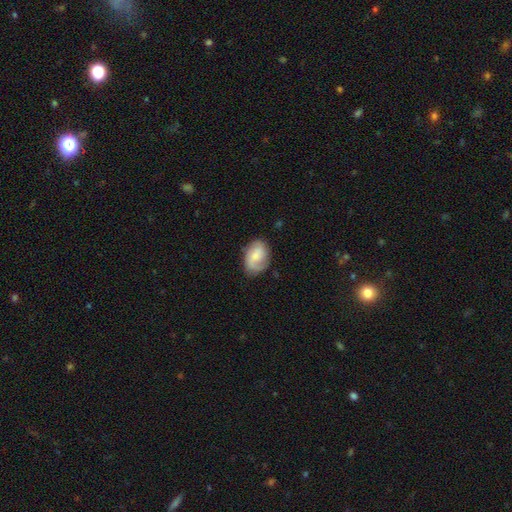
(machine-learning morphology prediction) Smooth or featured?
  - featured or disk: 55% *
  - smooth: 38%
  - star or artifact: 7%
Edge-on disk?
  - no: 97% *
  - yes: 3%
Bar?
  - no: 57% *
  - weak: 37%
  - strong: 6%
Spiral arms?
  - yes: 89% *
  - no: 11%
Bulge size?
  - small: 47% *
  - moderate: 36%
  - none: 10%
  - large: 5%
  - dominant: 1%
Merging?
  - none: 70% *
  - minor disturbance: 21%
  - major disturbance: 8%
  - merger: 1%